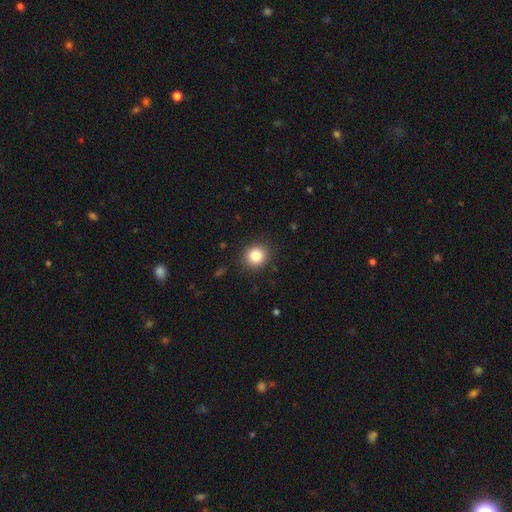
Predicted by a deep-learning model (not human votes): Q: Smooth or featured?
A: smooth (84%); runner-up: star or artifact (10%)
Q: How rounded?
A: round (85%); runner-up: in between (15%)
Q: Merging?
A: none (89%); runner-up: minor disturbance (7%)